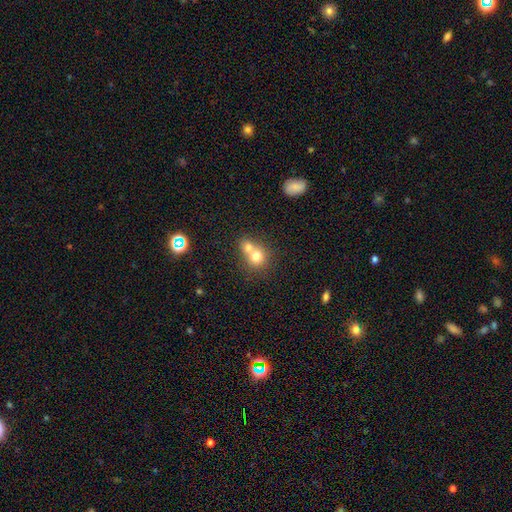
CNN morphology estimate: smooth-or-featured: smooth: 72% | featured or disk: 16% | star or artifact: 12%
  how-rounded: round: 79% | in between: 20% | cigar-shaped: 1%
  merging: merger: 65% | none: 28% | minor disturbance: 5% | major disturbance: 2%